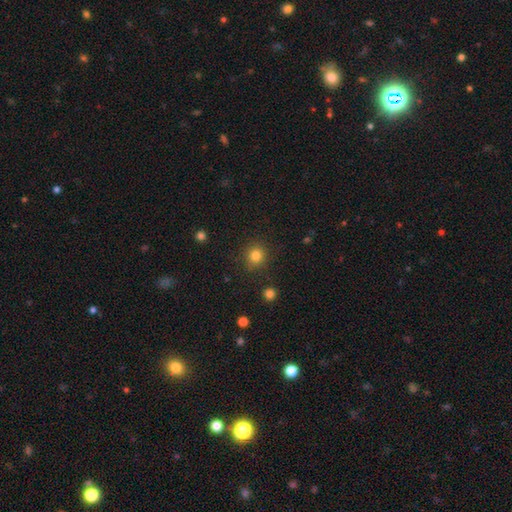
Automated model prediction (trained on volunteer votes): Q: Smooth or featured?
A: smooth (82%); runner-up: star or artifact (13%)
Q: How rounded?
A: round (90%); runner-up: in between (9%)
Q: Merging?
A: none (88%); runner-up: minor disturbance (7%)